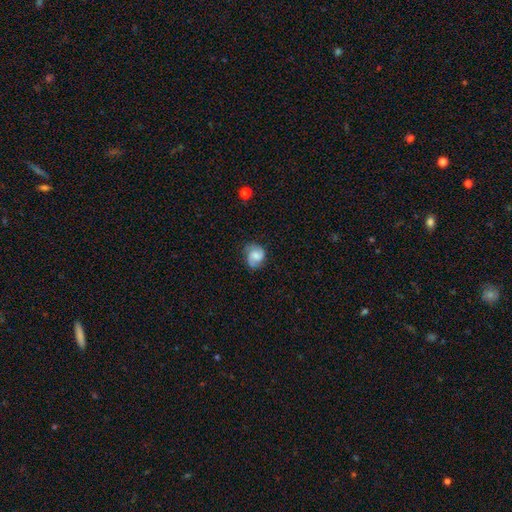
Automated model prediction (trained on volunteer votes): smooth-or-featured: featured or disk: 62% | smooth: 30% | star or artifact: 8%
  disk-edge-on: no: 98% | yes: 2%
    bar: no: 53% | weak: 40% | strong: 7%
    has-spiral-arms: yes: 94% | no: 6%
      spiral-winding: medium: 47% | tight: 30% | loose: 23%
      spiral-arm-count: 2: 83% | can't tell: 7% | 1: 5% | 3: 3% | 4: 1% | more than 4: 1%
    bulge-size: moderate: 38% | small: 31% | none: 19% | large: 10% | dominant: 2%
  merging: none: 70% | minor disturbance: 22% | major disturbance: 7% | merger: 1%